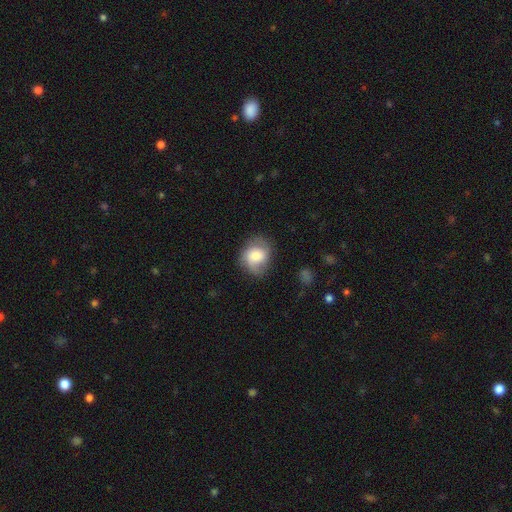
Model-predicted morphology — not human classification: Smooth or featured: smooth — 57% (featured or disk — 35%)
How rounded: round — 64% (in between — 35%)
Merging: none — 65% (minor disturbance — 24%)